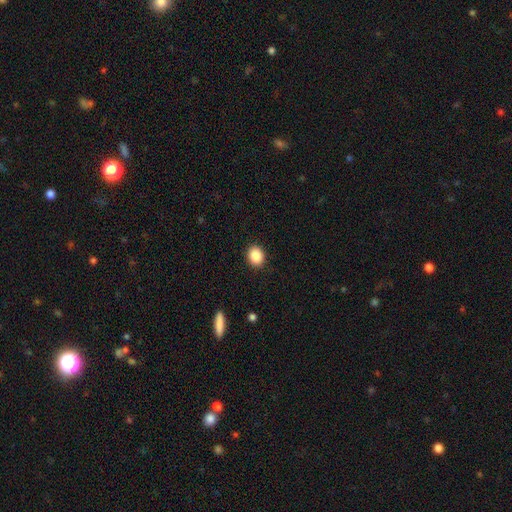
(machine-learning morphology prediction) Smooth or featured?
  - smooth: 88% *
  - star or artifact: 9%
  - featured or disk: 3%
How rounded?
  - round: 56% *
  - in between: 43%
  - cigar-shaped: 1%
Merging?
  - none: 91% *
  - minor disturbance: 6%
  - major disturbance: 2%
  - merger: 1%